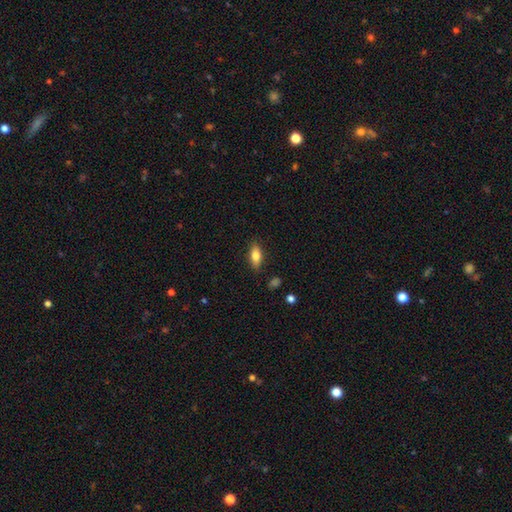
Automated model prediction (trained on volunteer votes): Morphology: type=smooth (74%); roundness=in between (78%); merging=none (84%).